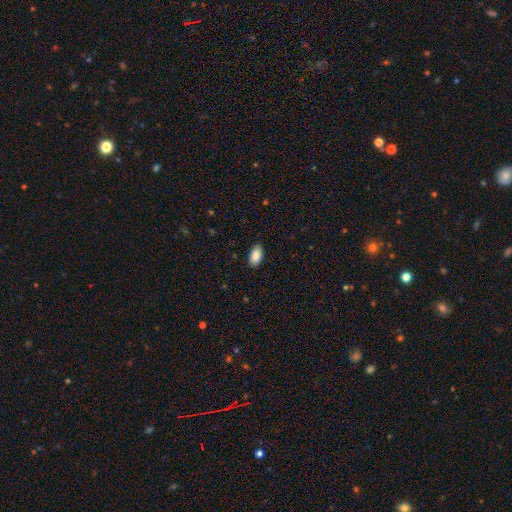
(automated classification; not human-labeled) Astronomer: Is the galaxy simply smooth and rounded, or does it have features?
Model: smooth — 88%.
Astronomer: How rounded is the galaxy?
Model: in between — 95%.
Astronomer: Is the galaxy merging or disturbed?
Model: none — 88%.